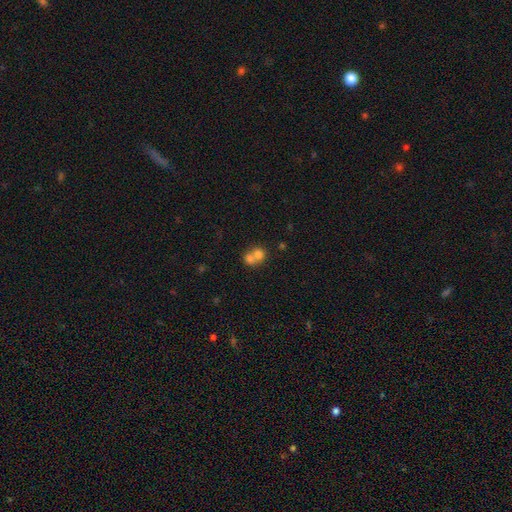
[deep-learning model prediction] smooth-or-featured: smooth: 72% | featured or disk: 17% | star or artifact: 11%
  how-rounded: round: 75% | in between: 24% | cigar-shaped: 1%
  merging: merger: 67% | none: 26% | minor disturbance: 5% | major disturbance: 2%